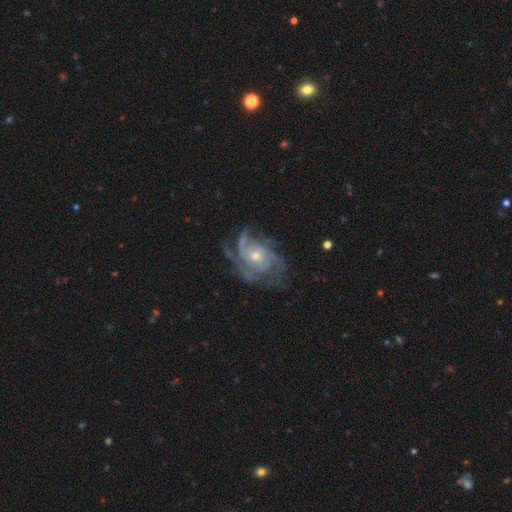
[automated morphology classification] The model was most divided on "spiral arm count": 3: 28%, 4: 27%, can't tell: 20%, 2: 10%, more than 4: 9%, 1: 7%. Remaining: edge-on disk — no (97%); spiral arms — yes (96%); smooth or featured — featured or disk (86%); bar — no (74%); merging — none (66%); bulge size — small (52%); spiral winding — tight (44%).